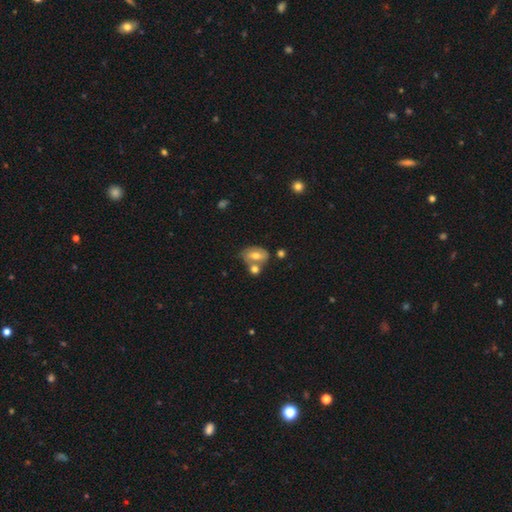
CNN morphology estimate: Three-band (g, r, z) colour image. It shows a smooth galaxy with no disk features (59%) that is in between round and cigar-shaped (82%). Merging: none (44%).